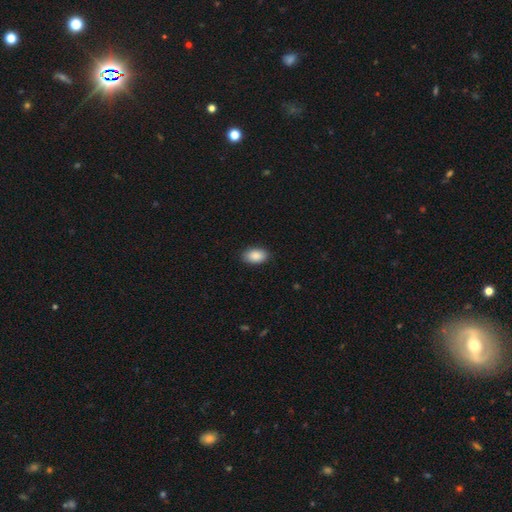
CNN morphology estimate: A smooth galaxy with no disk features (89%) that is in between round and cigar-shaped (92%).

Vote fractions:
- Smooth or featured? smooth: 89% / star or artifact: 7% / featured or disk: 4%
- How rounded? in between: 92% / round: 7% / cigar-shaped: 1%
- Merging? none: 87% / minor disturbance: 10% / major disturbance: 2% / merger: 1%